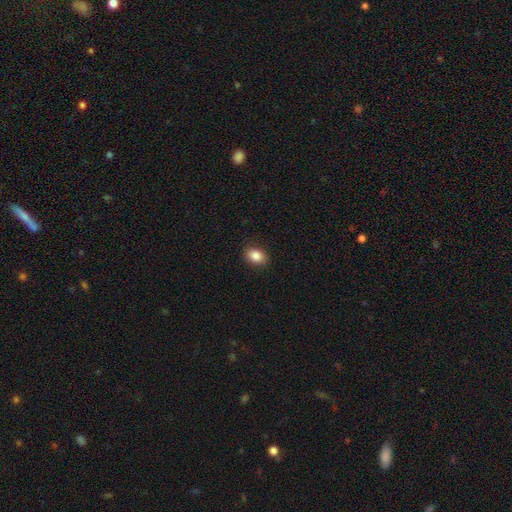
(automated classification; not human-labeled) This appears to be a smooth galaxy with no disk features (85%) that is in between round and cigar-shaped (71%). Merging: none (88%).